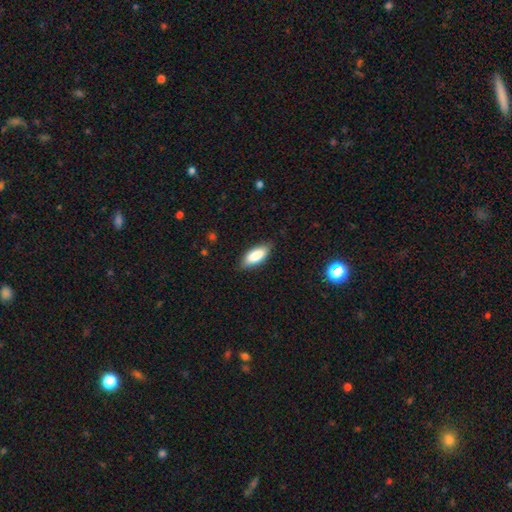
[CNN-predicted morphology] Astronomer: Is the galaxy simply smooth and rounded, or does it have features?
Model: smooth — 84%.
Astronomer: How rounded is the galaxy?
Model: in between — 83%.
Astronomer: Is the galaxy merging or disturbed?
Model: none — 82%.